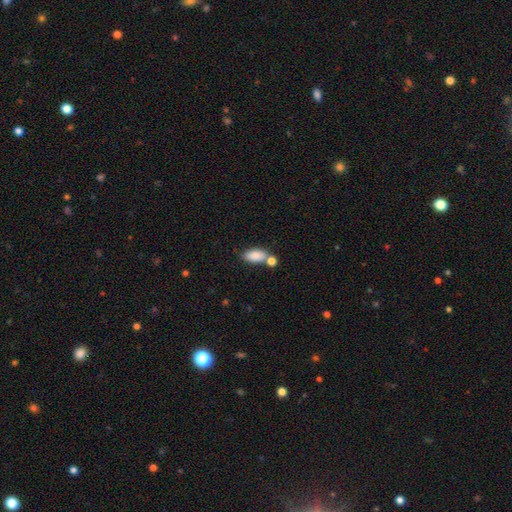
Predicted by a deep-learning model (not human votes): smooth_or_featured: smooth (p=0.86) [alt: star or artifact p=0.07]
how_rounded: in between (p=0.90) [alt: cigar-shaped p=0.07]
merging: none (p=0.56) [alt: merger p=0.27]